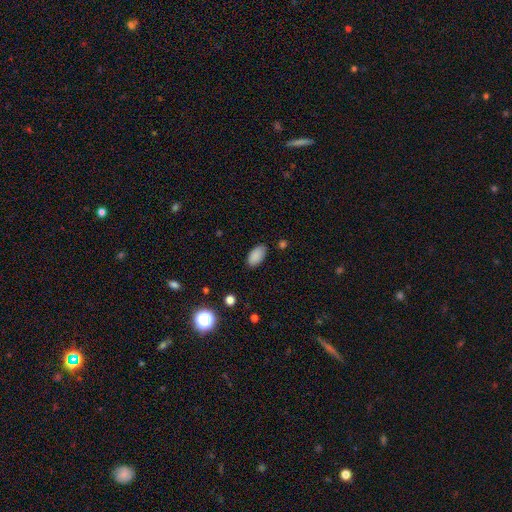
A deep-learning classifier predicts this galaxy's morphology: Smooth or featured?
  - smooth: 88% *
  - star or artifact: 8%
  - featured or disk: 4%
How rounded?
  - in between: 94% *
  - round: 3%
  - cigar-shaped: 3%
Merging?
  - none: 83% *
  - minor disturbance: 13%
  - major disturbance: 3%
  - merger: 2%